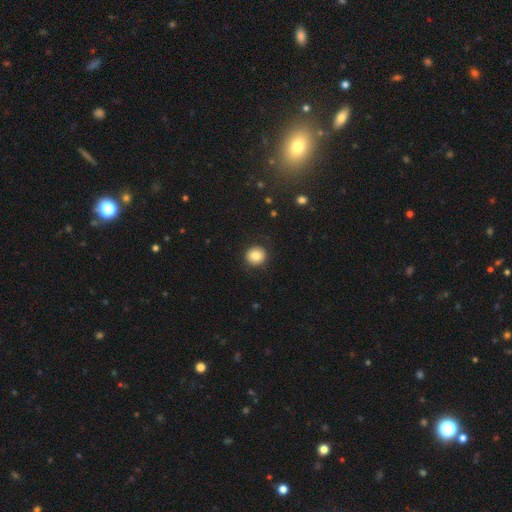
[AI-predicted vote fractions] Smooth or featured?
  - smooth: 84% *
  - star or artifact: 9%
  - featured or disk: 7%
How rounded?
  - round: 91% *
  - in between: 8%
  - cigar-shaped: 1%
Merging?
  - none: 88% *
  - minor disturbance: 8%
  - major disturbance: 3%
  - merger: 1%